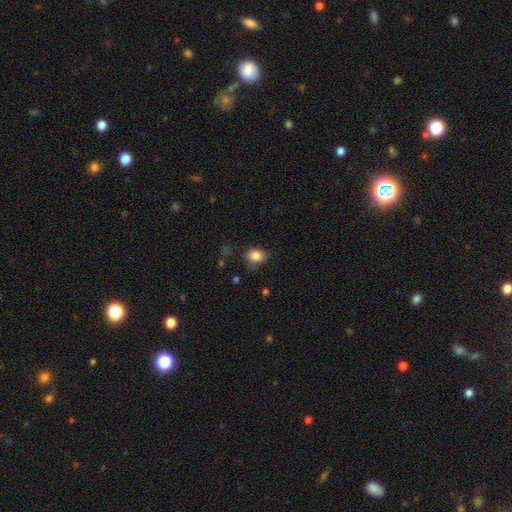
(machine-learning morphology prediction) This appears to be a smooth galaxy with no disk features (84%) that is in between round and cigar-shaped (61%). Merging: none (71%).